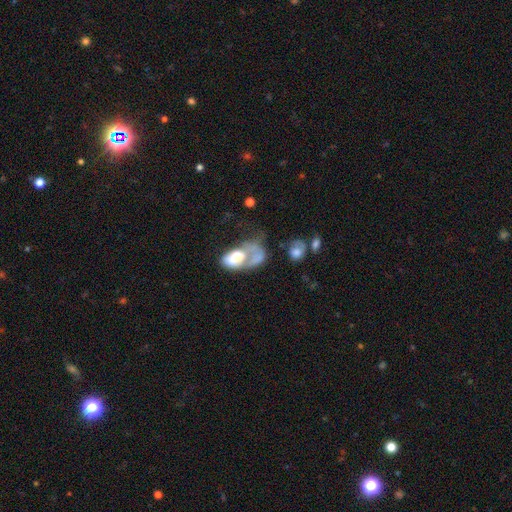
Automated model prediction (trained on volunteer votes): Overall: smooth (46%; featured or disk 43%). Merging: major disturbance (46%; merger 27%).